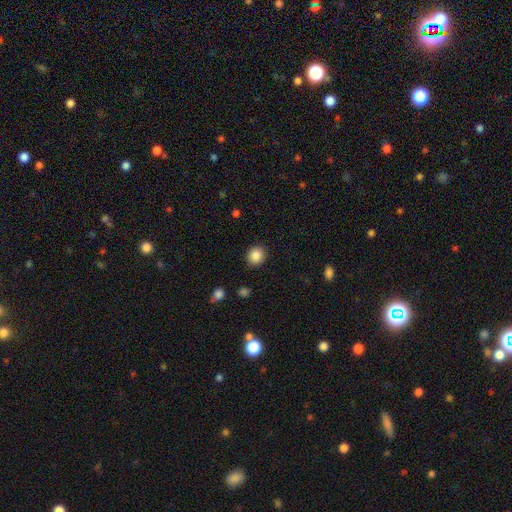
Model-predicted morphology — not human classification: This appears to be a smooth galaxy with no disk features (86%) that is round (83%). Merging: none (90%).